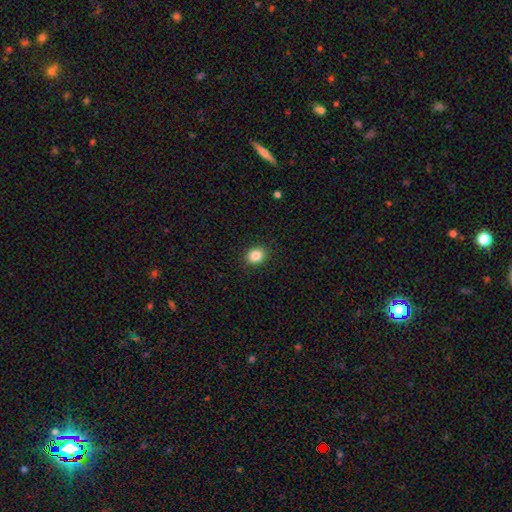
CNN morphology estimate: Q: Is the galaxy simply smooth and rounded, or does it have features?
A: smooth — 85%.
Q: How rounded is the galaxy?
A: round — 59%.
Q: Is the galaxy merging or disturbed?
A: none — 91%.